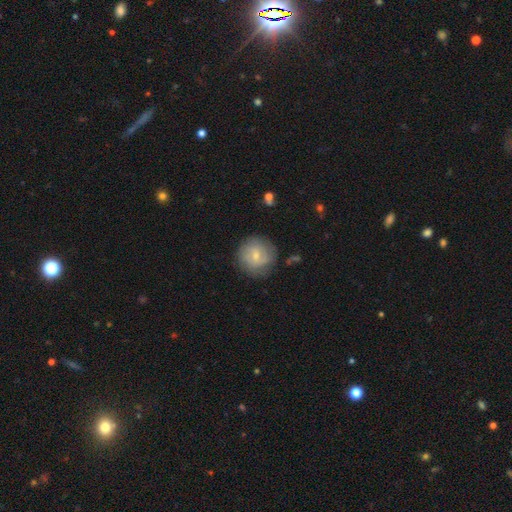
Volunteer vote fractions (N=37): Morphology: type=smooth (59%); roundness=round (100%); merging=none (75%).